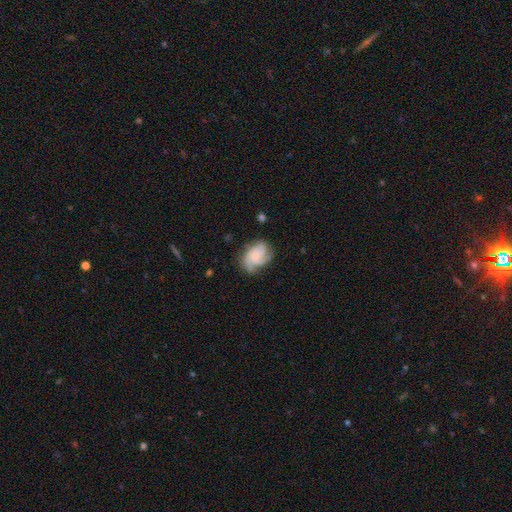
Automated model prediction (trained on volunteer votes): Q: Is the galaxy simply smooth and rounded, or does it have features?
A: featured or disk — 81%.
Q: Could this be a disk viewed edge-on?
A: no — 98%.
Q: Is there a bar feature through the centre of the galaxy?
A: no — 77%.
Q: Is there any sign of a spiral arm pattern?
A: yes — 97%.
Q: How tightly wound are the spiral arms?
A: tight — 53%.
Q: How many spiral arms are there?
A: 3 — 54%.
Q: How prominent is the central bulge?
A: small — 70%.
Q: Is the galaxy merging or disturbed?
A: none — 69%.